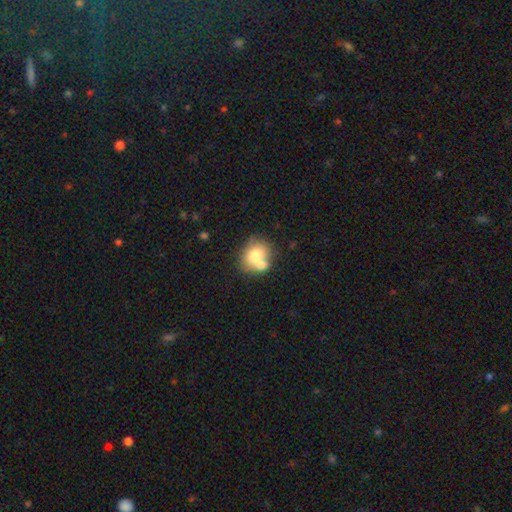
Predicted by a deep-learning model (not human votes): Smooth or featured: smooth — 71% (featured or disk — 20%)
How rounded: round — 64% (in between — 35%)
Merging: merger — 46% (none — 38%)